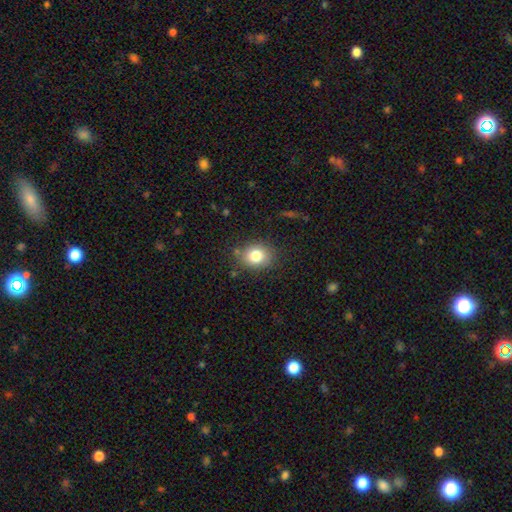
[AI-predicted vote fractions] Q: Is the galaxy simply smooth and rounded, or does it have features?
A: smooth — 80%.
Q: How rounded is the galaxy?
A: round — 57%.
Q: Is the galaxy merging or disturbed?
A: none — 82%.